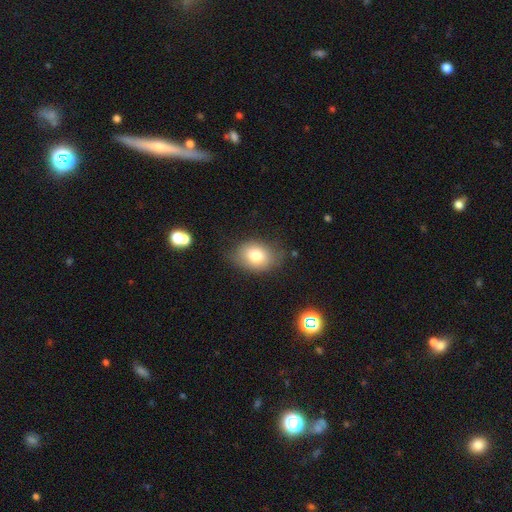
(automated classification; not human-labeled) smooth_or_featured: smooth (p=0.78) [alt: featured or disk p=0.12]
how_rounded: in between (p=0.68) [alt: round p=0.31]
merging: none (p=0.70) [alt: minor disturbance p=0.22]